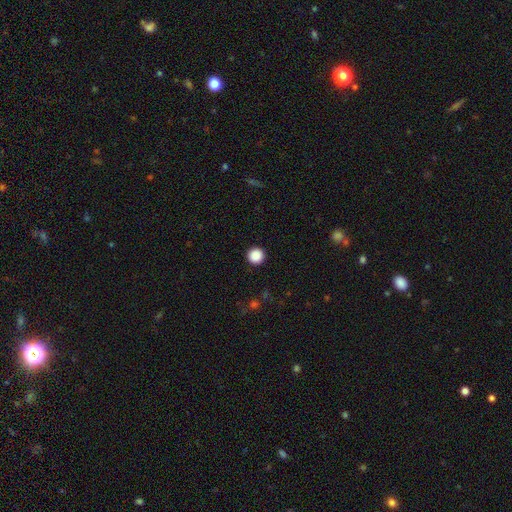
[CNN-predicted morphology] The model was most divided on "smooth or featured": smooth: 88%, star or artifact: 10%, featured or disk: 2%. More confident: how rounded — round (96%); merging — none (94%).